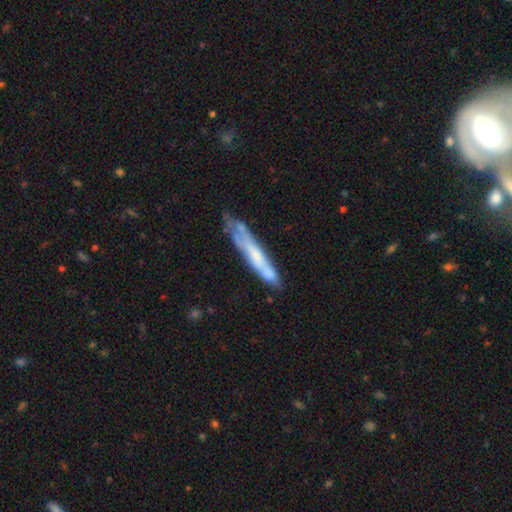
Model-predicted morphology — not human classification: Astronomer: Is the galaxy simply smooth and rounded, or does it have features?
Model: featured or disk — 50% (runner-up: smooth, 43%).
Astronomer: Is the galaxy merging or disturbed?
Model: none — 56%.